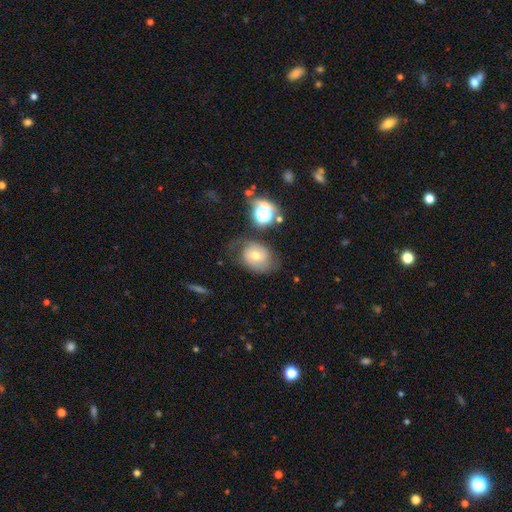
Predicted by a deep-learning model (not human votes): Smooth or featured? Predicted: featured or disk (p=0.49). Merging? Predicted: none (p=0.55).